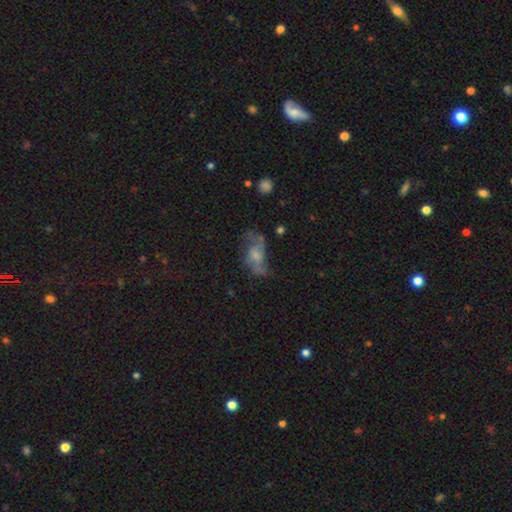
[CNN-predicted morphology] type=featured or disk (50%); edge-on=no (93%); merging=major disturbance (36%).